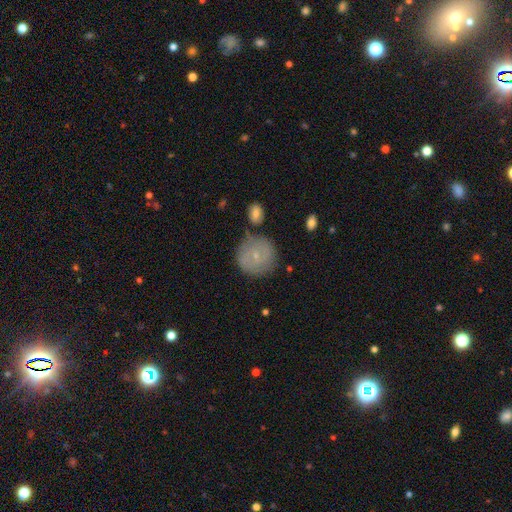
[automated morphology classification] Smooth or featured: smooth — 53% (featured or disk — 38%)
How rounded: round — 91% (in between — 8%)
Merging: none — 74% (minor disturbance — 15%)